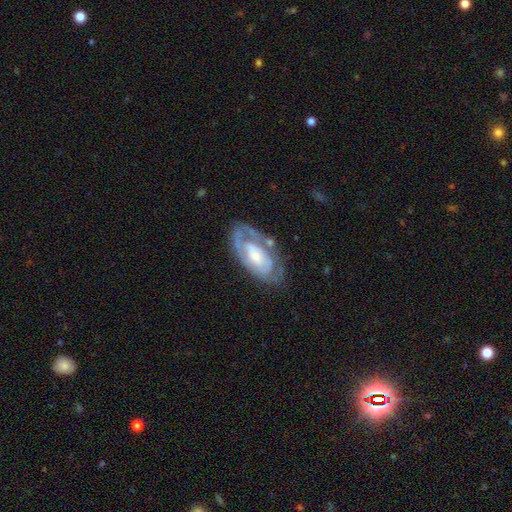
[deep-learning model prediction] Smooth or featured? Predicted: featured or disk (p=0.75). Edge-on disk? Predicted: no (p=0.94). Bar? Predicted: no (p=0.66). Spiral arms? Predicted: yes (p=0.75). Spiral winding? Predicted: tight (p=0.63). Spiral arm count? Predicted: can't tell (p=0.38). Bulge size? Predicted: small (p=0.47). Merging? Predicted: none (p=0.57).